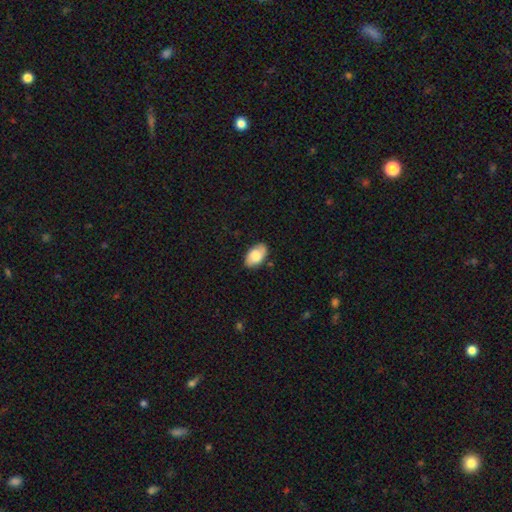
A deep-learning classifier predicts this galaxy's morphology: This appears to be a smooth galaxy with no disk features (64%) that is in between round and cigar-shaped (93%). Merging: none (81%).